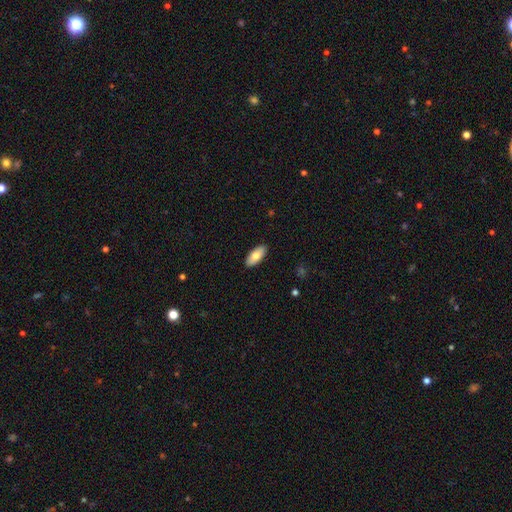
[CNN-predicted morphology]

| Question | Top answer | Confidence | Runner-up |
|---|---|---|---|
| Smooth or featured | smooth | 75% | featured or disk (19%) |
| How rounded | in between | 89% | cigar-shaped (9%) |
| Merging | none | 90% | minor disturbance (8%) |